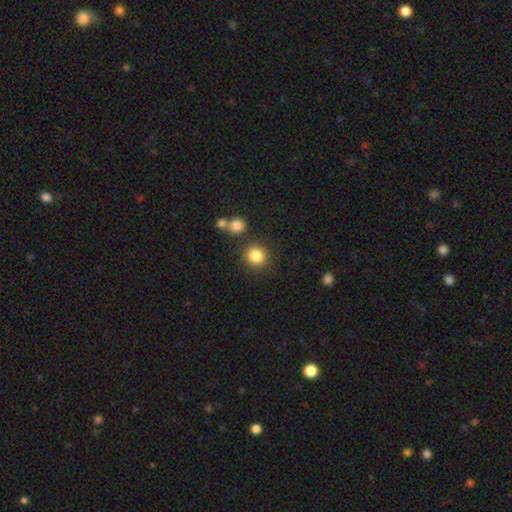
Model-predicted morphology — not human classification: Overall: smooth (85%). How rounded: round (90%). Merging: none (82%).